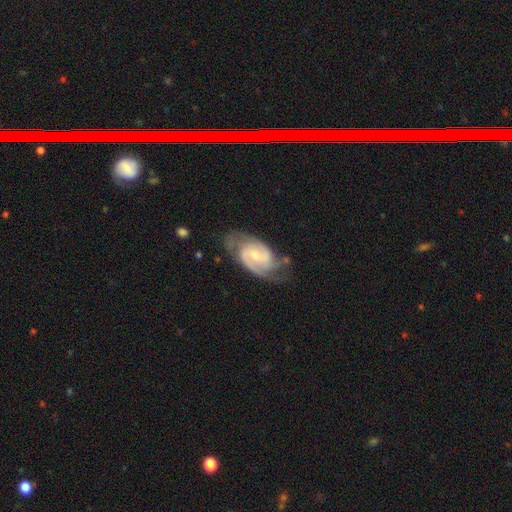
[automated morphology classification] smooth_or_featured: featured or disk (p=0.87) [alt: smooth p=0.09]
disk_edge_on: no (p=0.97) [alt: yes p=0.03]
bar: weak (p=0.51) [alt: no p=0.37]
has_spiral_arms: yes (p=0.97) [alt: no p=0.03]
spiral_winding: medium (p=0.47) [alt: tight p=0.42]
spiral_arm_count: 2 (p=0.77) [alt: 3 p=0.09]
bulge_size: small (p=0.54) [alt: moderate p=0.38]
merging: none (p=0.65) [alt: minor disturbance p=0.23]